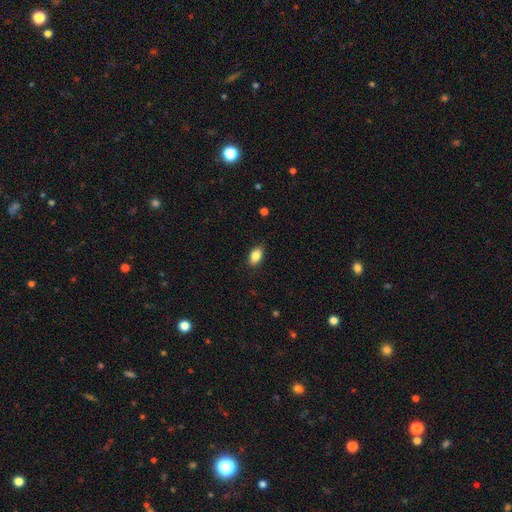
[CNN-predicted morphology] type=smooth (84%); roundness=in between (88%); merging=none (85%).